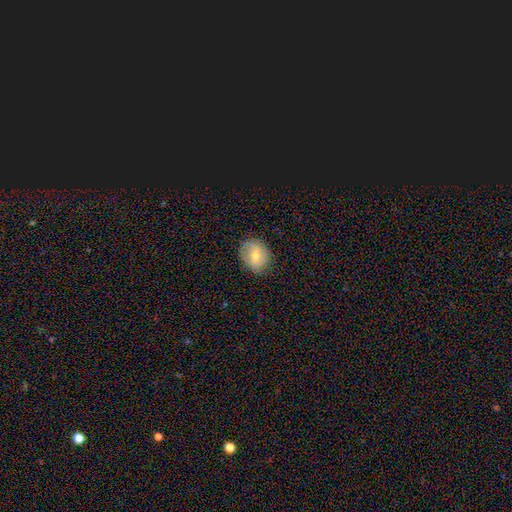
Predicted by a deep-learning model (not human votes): Morphology: type=smooth (53%); roundness=round (62%); merging=none (79%).